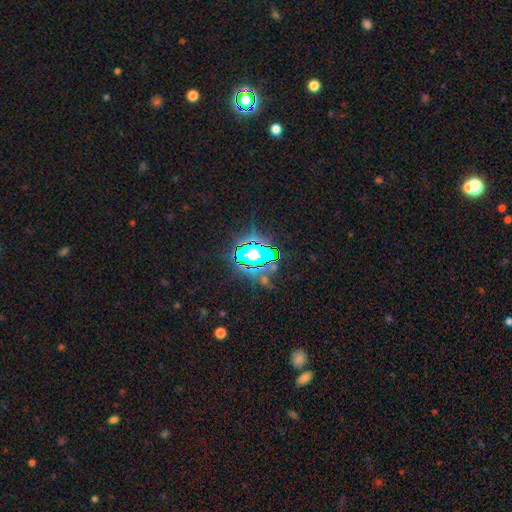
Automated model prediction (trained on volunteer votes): Morphology: type=star or artifact (60%).